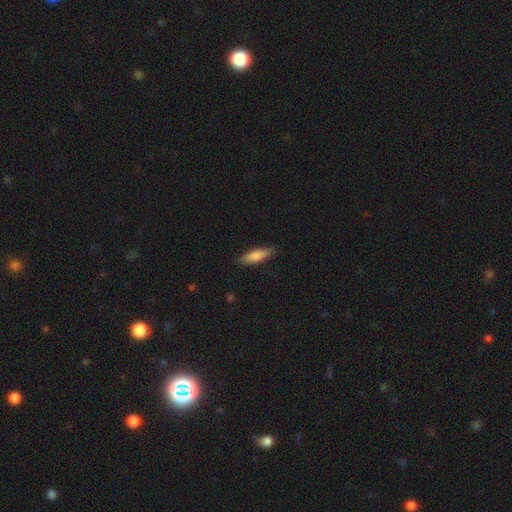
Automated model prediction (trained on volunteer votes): This appears to be a smooth galaxy with no disk features (75%) that is cigar-shaped (58%). Merging: none (86%).